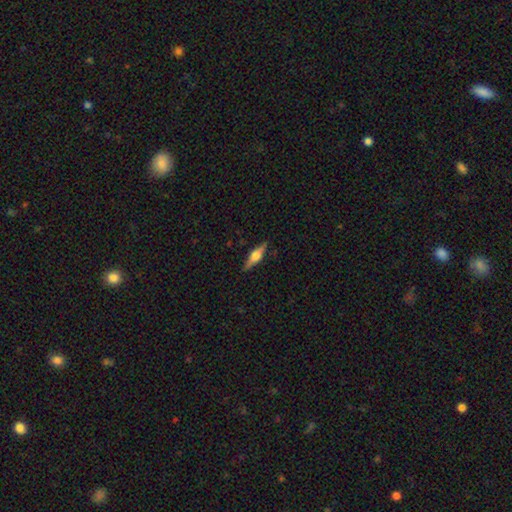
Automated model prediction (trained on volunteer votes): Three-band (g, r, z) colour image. It shows a featured or disk galaxy (64%) viewed edge-on (96%) with a rounded central bulge (88%). Merging: none (88%).